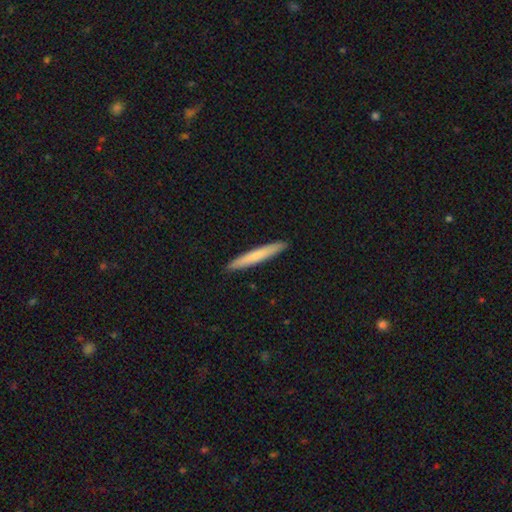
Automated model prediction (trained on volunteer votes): smooth 72%, featured or disk 23%, star or artifact 5%. Down the decision tree: how rounded — cigar-shaped (96%); merging — none (93%).